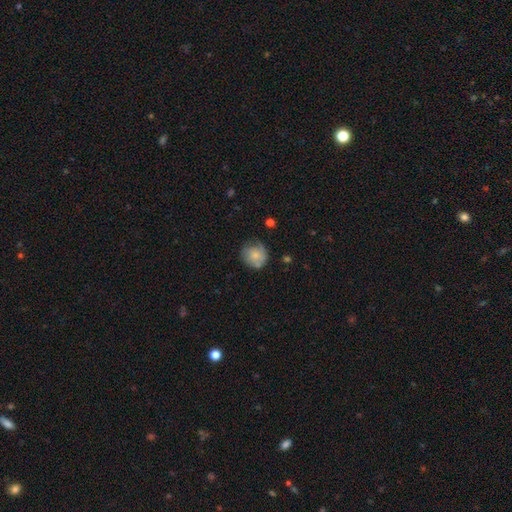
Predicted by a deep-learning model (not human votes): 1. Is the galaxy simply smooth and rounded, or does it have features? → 69% smooth, 23% featured or disk, 8% star or artifact.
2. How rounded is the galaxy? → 83% round, 16% in between, 1% cigar-shaped.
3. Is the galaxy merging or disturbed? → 59% none, 28% minor disturbance, 10% major disturbance, 3% merger.